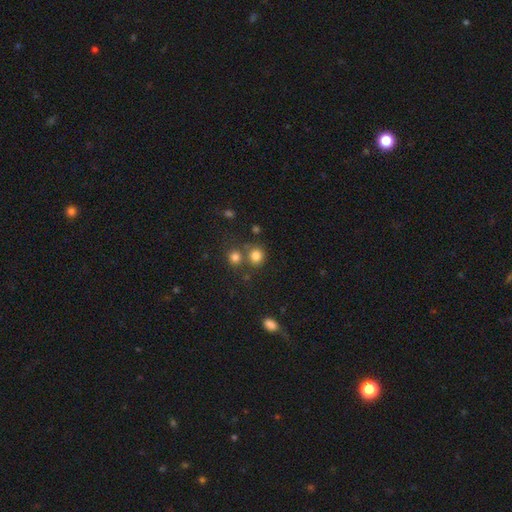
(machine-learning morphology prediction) A smooth galaxy with no disk features (80%) that is round (82%). Merging: none (62%).